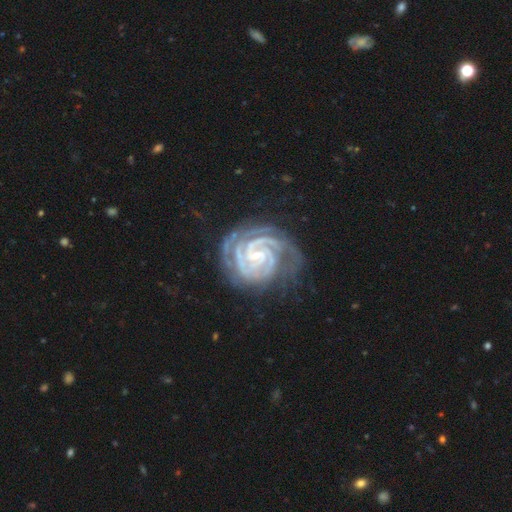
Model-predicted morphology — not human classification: Overall: featured or disk (92%). Edge-on disk: no (98%). Bar: weak (42%; no 31%). Spiral arms: yes (99%). Spiral arm count: 3 (28%, tied with 2). Spiral winding: tight (83%). Bulge size: small (78%). Merging: none (68%).